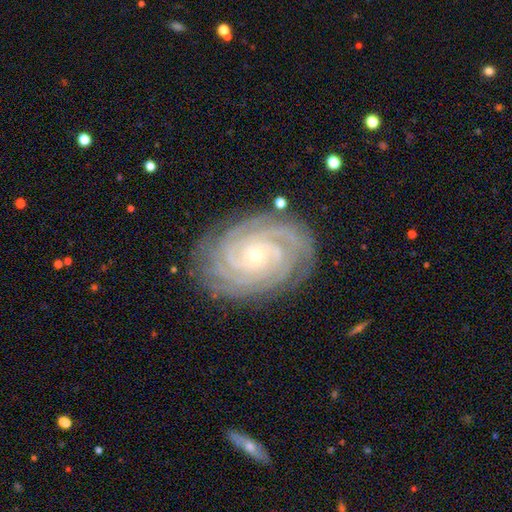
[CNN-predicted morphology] featured or disk 91%, star or artifact 5%, smooth 4%. Down the decision tree: edge-on disk — no (97%); bar — no (78%); spiral arms — yes (99%); spiral arm count — 4 (33%); spiral winding — tight (87%); bulge size — small (81%); merging — none (83%).